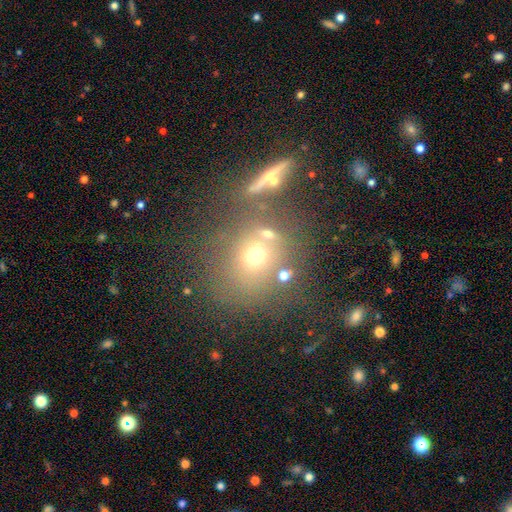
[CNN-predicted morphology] type=smooth (62%); roundness=round (75%); merging=none (56%).